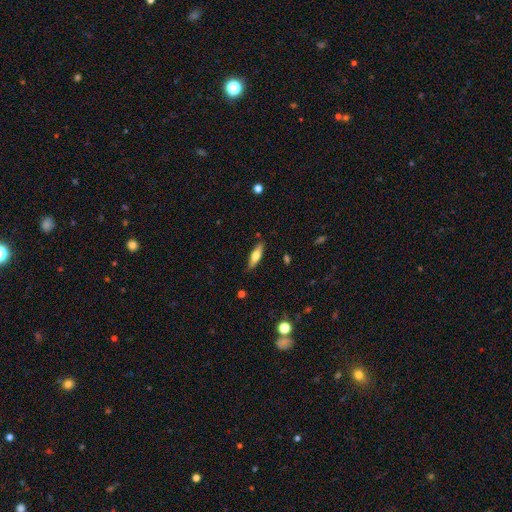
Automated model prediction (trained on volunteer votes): This appears to be a smooth galaxy with no disk features (59%) that is cigar-shaped (58%). Merging: none (86%).